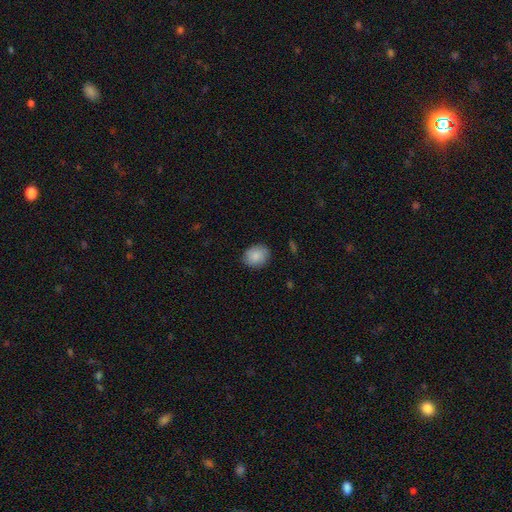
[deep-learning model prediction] smooth_or_featured: smooth (p=0.85) [alt: featured or disk p=0.08]
how_rounded: round (p=0.56) [alt: in between p=0.43]
merging: none (p=0.85) [alt: minor disturbance p=0.12]